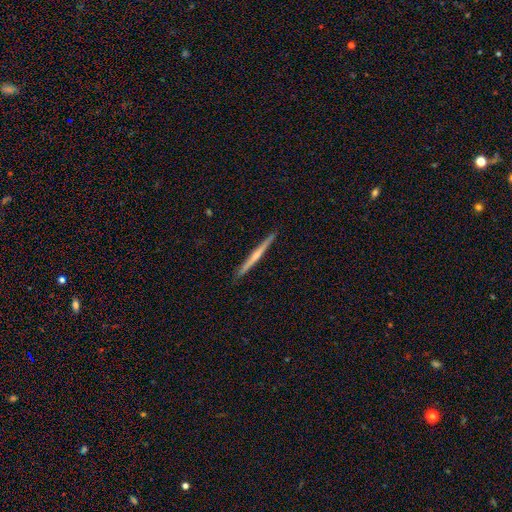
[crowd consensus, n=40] Volunteers were most divided on "edge-on bulge": rounded: 48%, none: 43%, boxy: 9%. More confident: edge-on disk — yes (100%); merging — none (89%); smooth or featured — featured or disk (57%).